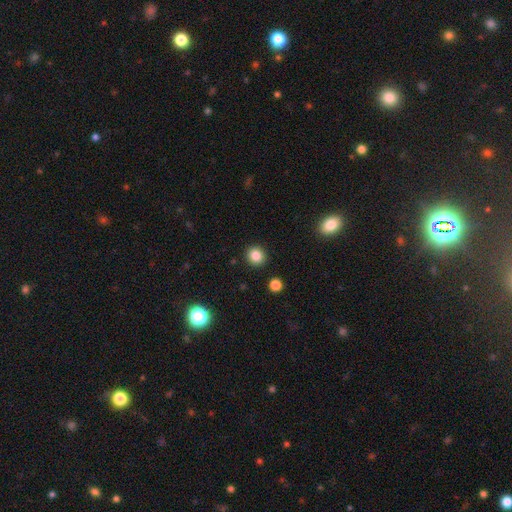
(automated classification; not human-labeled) Smooth or featured? smooth (85%)
How rounded? round (89%)
Merging? none (91%)